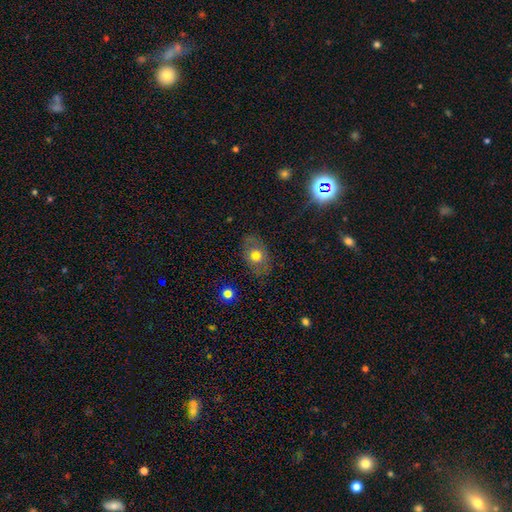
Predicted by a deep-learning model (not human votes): This is likely a smooth galaxy (63%). How rounded: likely in between (73%). Merging: clearly none (80%).